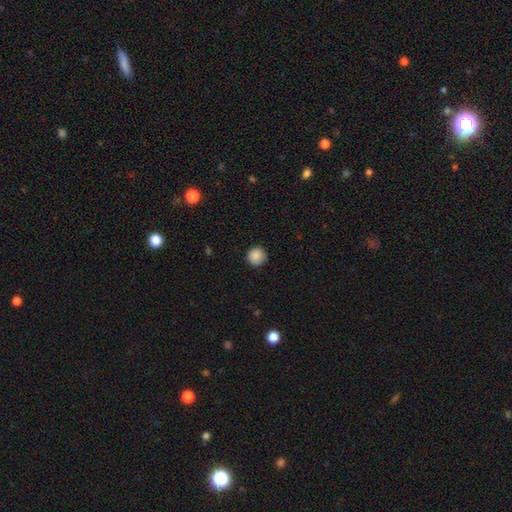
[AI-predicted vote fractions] smooth_or_featured: smooth (p=0.88) [alt: star or artifact p=0.09]
how_rounded: round (p=0.94) [alt: in between p=0.05]
merging: none (p=0.87) [alt: minor disturbance p=0.10]